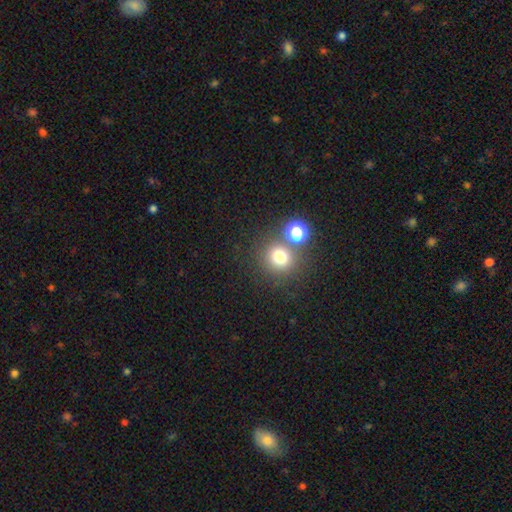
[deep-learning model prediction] Smooth or featured? smooth (59%)
How rounded? round (89%)
Merging? none (73%)